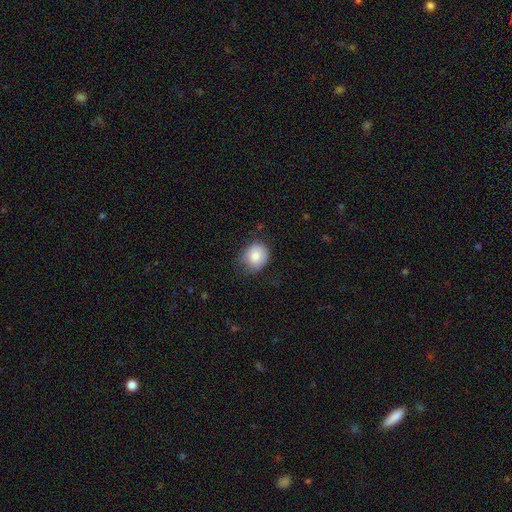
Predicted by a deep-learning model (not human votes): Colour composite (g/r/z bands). It shows a smooth galaxy with no disk features (84%) that is round (67%). Merging: none (62%).